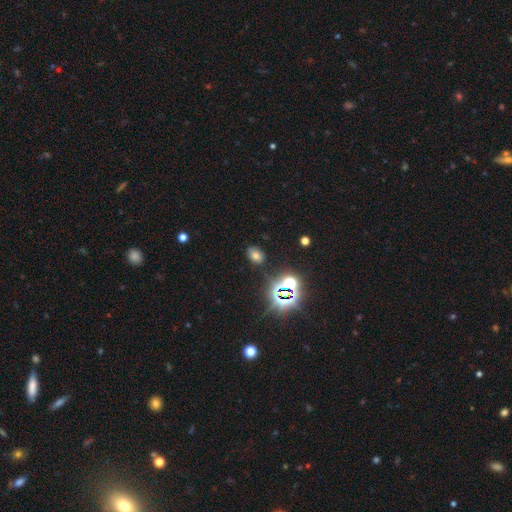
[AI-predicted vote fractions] smooth-or-featured: smooth: 60% | star or artifact: 29% | featured or disk: 11%
  how-rounded: in between: 72% | round: 27% | cigar-shaped: 1%
  merging: none: 81% | minor disturbance: 13% | major disturbance: 4% | merger: 2%